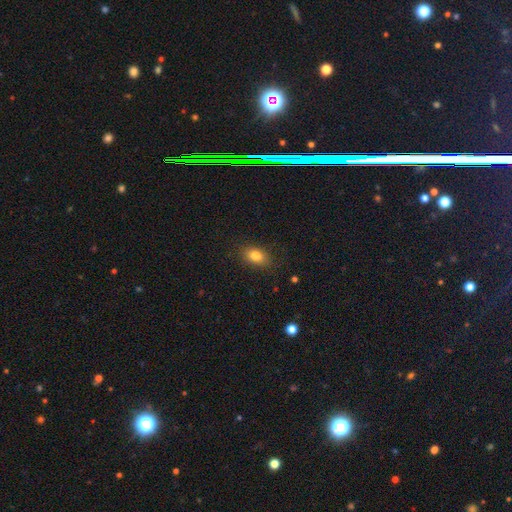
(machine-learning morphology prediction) Q: Smooth or featured?
A: smooth (82%); runner-up: star or artifact (10%)
Q: How rounded?
A: in between (81%); runner-up: round (17%)
Q: Merging?
A: none (84%); runner-up: minor disturbance (12%)